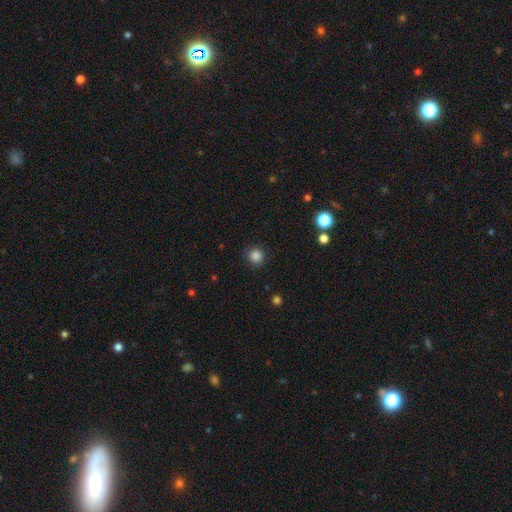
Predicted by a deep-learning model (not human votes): smooth_or_featured: smooth (p=0.85) [alt: star or artifact p=0.12]
how_rounded: round (p=0.93) [alt: in between p=0.06]
merging: none (p=0.88) [alt: minor disturbance p=0.08]